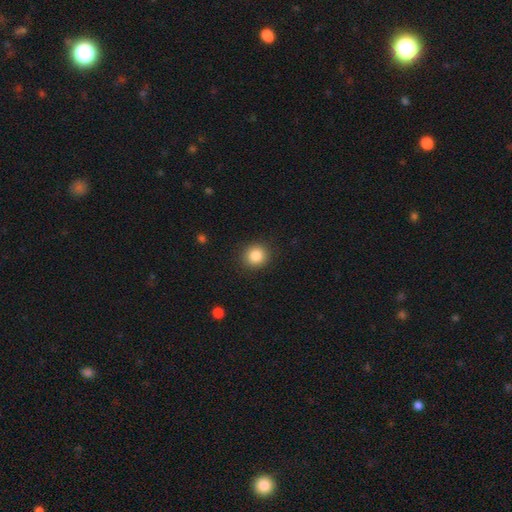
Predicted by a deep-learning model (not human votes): Smooth or featured? smooth (86%)
How rounded? round (87%)
Merging? none (89%)